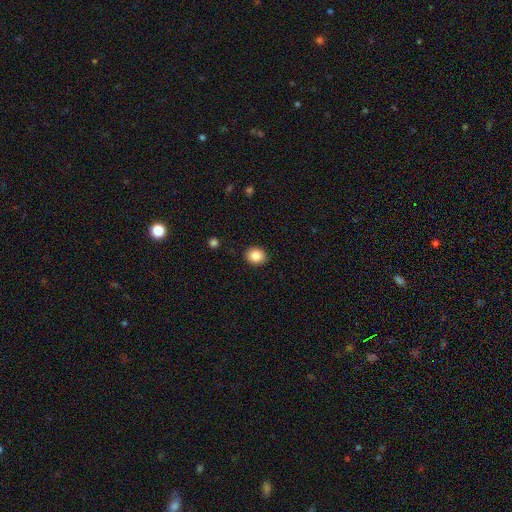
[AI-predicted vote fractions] Smooth or featured? Predicted: smooth (p=0.87). How rounded? Predicted: round (p=0.59). Merging? Predicted: none (p=0.89).